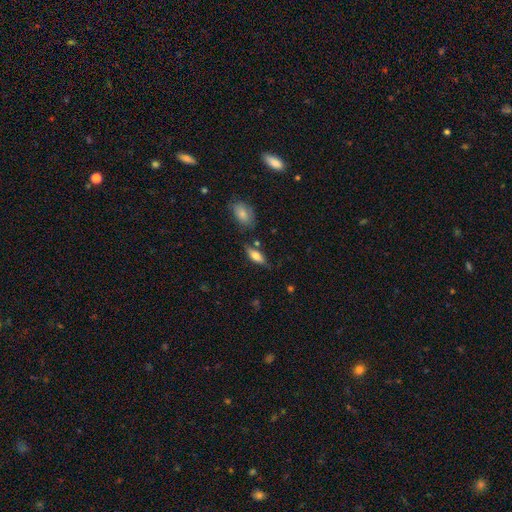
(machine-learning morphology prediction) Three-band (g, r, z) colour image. It shows a smooth galaxy with no disk features (67%) that is in between round and cigar-shaped (71%). Merging: none (72%).